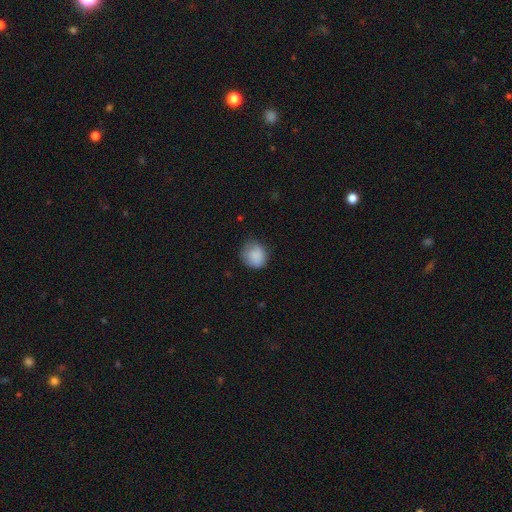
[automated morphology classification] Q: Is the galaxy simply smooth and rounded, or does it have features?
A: smooth — 86%.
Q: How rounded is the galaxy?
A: round — 80%.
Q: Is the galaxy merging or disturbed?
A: none — 65%.